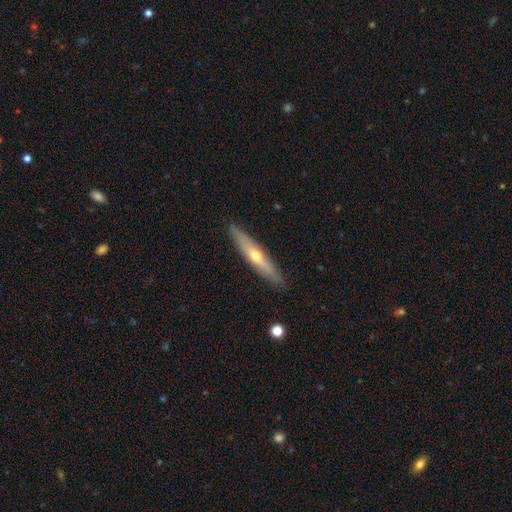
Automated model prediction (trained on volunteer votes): Smooth or featured: featured or disk — 59% (smooth — 35%)
Edge-on disk: yes — 88% (no — 12%)
Edge-on bulge: rounded — 82% (none — 15%)
Merging: none — 89% (minor disturbance — 8%)